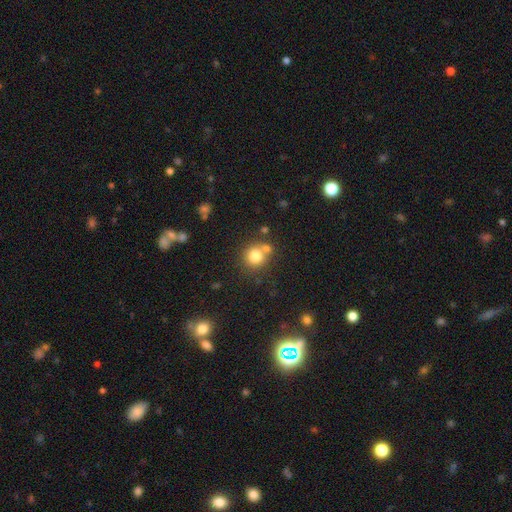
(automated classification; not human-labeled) This is likely a smooth galaxy (79%). How rounded: clearly round (88%). Merging: likely none (64%).